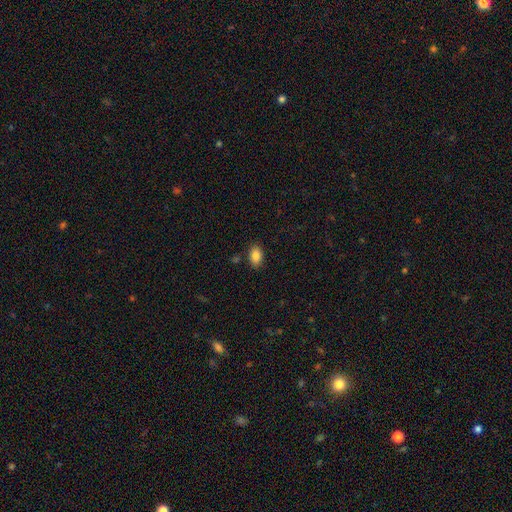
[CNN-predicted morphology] Smooth or featured?
  - smooth: 85% *
  - star or artifact: 8%
  - featured or disk: 6%
How rounded?
  - in between: 89% *
  - round: 10%
  - cigar-shaped: 1%
Merging?
  - none: 85% *
  - minor disturbance: 10%
  - merger: 2%
  - major disturbance: 2%